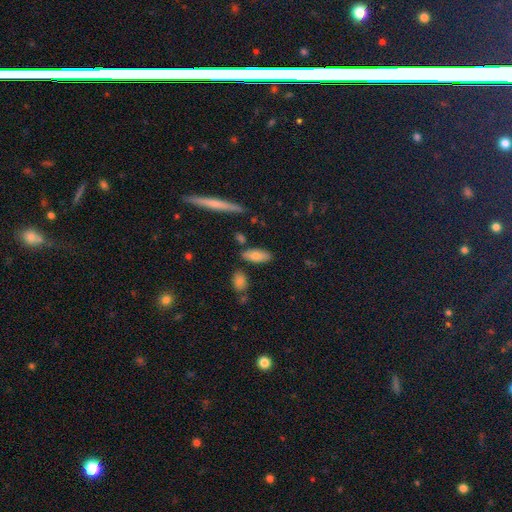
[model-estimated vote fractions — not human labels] Morphology: type=smooth (79%); roundness=in between (79%); merging=none (79%).